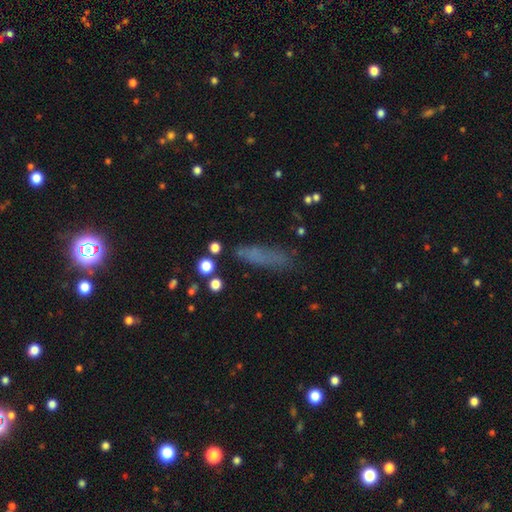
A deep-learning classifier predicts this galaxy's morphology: This appears to be a smooth galaxy with no disk features (66%) that is cigar-shaped (69%). Merging: none (65%).